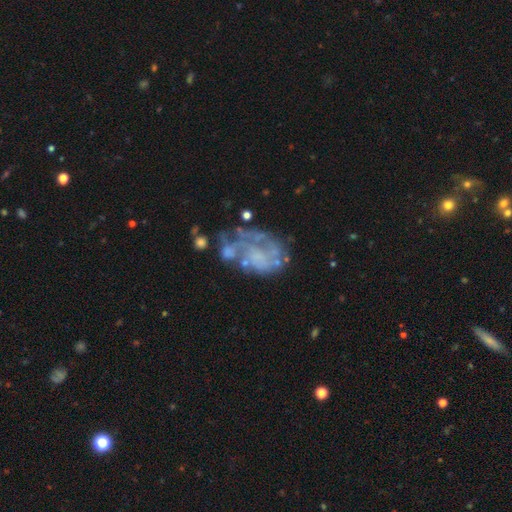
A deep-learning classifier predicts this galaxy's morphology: The model was most divided on "spiral arms": yes: 59%, no: 41%. Remaining: edge-on disk — no (97%); bar — no (75%); smooth or featured — featured or disk (65%); bulge size — none (51%); merging — none (46%).